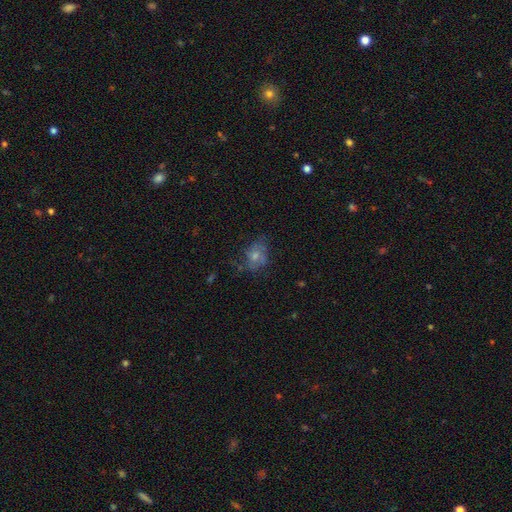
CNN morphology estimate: Smooth or featured?
  - smooth: 56% *
  - featured or disk: 32%
  - star or artifact: 12%
How rounded?
  - in between: 49% * (tied)
  - round: 49% * (tied)
  - cigar-shaped: 1%
Merging?
  - none: 51% *
  - minor disturbance: 27%
  - major disturbance: 19%
  - merger: 3%